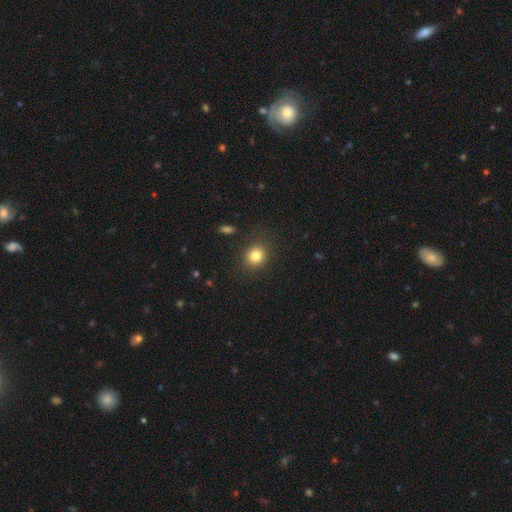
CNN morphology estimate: A smooth galaxy with no disk features (82%) that is round (71%).

Vote fractions:
- Smooth or featured? smooth: 82% / star or artifact: 11% / featured or disk: 7%
- How rounded? round: 71% / in between: 28% / cigar-shaped: 1%
- Merging? none: 84% / minor disturbance: 10% / major disturbance: 4% / merger: 2%